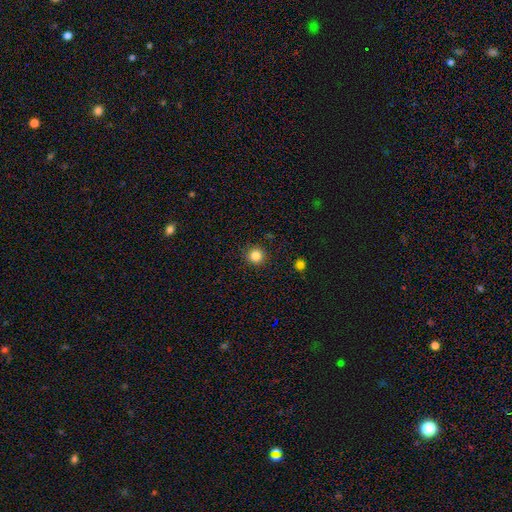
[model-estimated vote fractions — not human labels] A smooth galaxy with no disk features (85%) that is round (95%).

Vote fractions:
- Smooth or featured? smooth: 85% / star or artifact: 11% / featured or disk: 4%
- How rounded? round: 95% / in between: 4% / cigar-shaped: 1%
- Merging? none: 92% / minor disturbance: 5% / major disturbance: 2% / merger: 1%